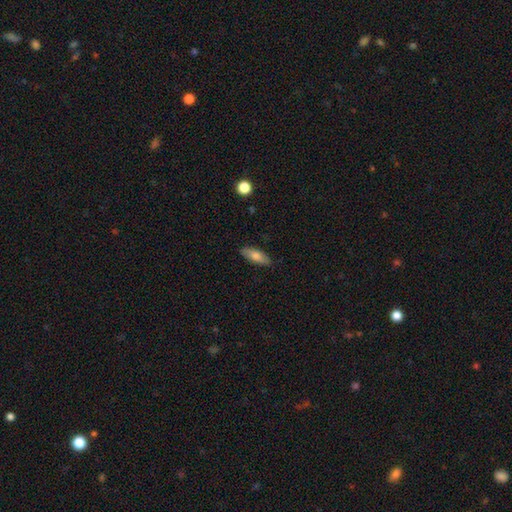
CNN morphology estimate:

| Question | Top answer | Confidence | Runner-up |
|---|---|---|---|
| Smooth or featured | smooth | 76% | featured or disk (18%) |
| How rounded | in between | 70% | cigar-shaped (28%) |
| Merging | none | 85% | minor disturbance (12%) |